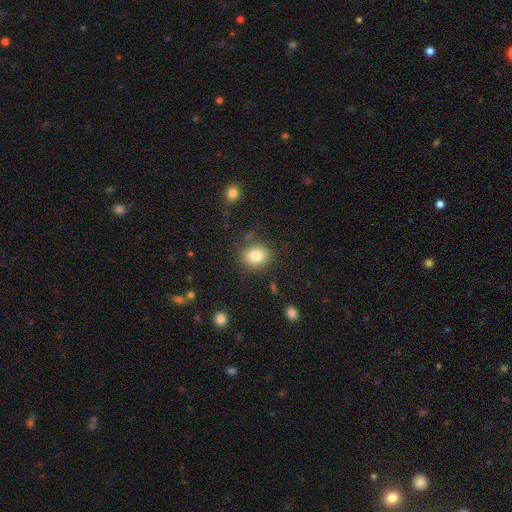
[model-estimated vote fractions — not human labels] A smooth galaxy with no disk features (82%) that is round (63%).

Vote fractions:
- Smooth or featured? smooth: 82% / star or artifact: 10% / featured or disk: 8%
- How rounded? round: 63% / in between: 36% / cigar-shaped: 1%
- Merging? none: 84% / minor disturbance: 10% / major disturbance: 3% / merger: 3%